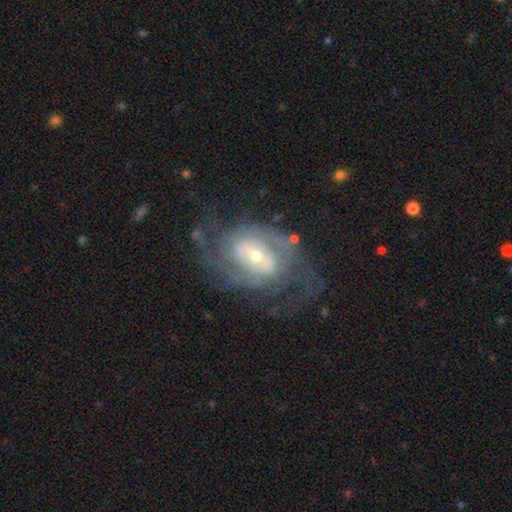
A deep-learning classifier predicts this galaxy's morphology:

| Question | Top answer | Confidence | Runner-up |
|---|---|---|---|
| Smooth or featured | featured or disk | 87% | smooth (7%) |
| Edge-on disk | no | 96% | yes (4%) |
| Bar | weak | 42% | no (36%) |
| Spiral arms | yes | 92% | no (8%) |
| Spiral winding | tight | 47% | medium (40%) |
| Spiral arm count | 2 | 46% | can't tell (24%) |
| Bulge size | moderate | 51% | small (42%) |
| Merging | none | 65% | minor disturbance (17%) |